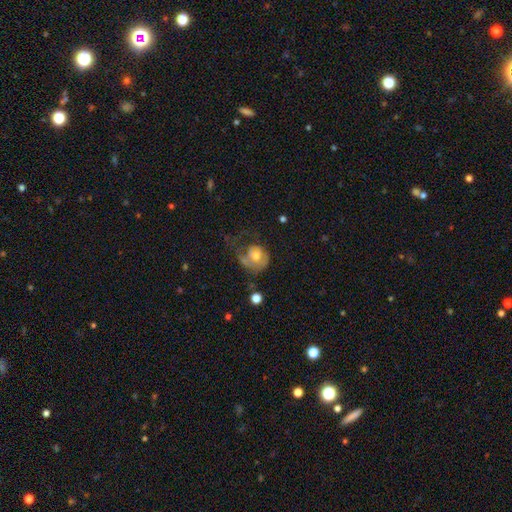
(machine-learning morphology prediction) smooth 48%, featured or disk 43%, star or artifact 9%. Down the decision tree: merging — major disturbance (48%).